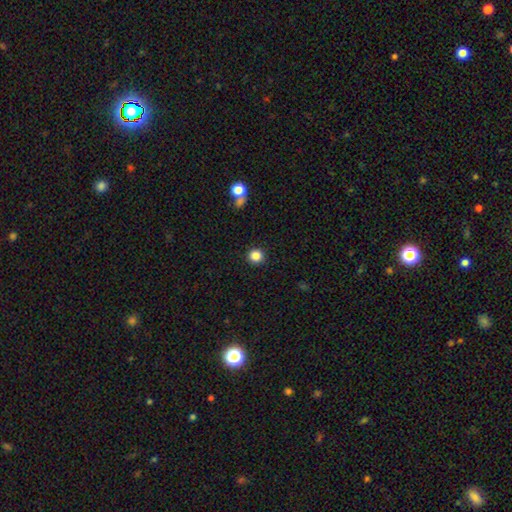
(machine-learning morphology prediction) type=smooth (86%); roundness=round (95%); merging=none (92%).